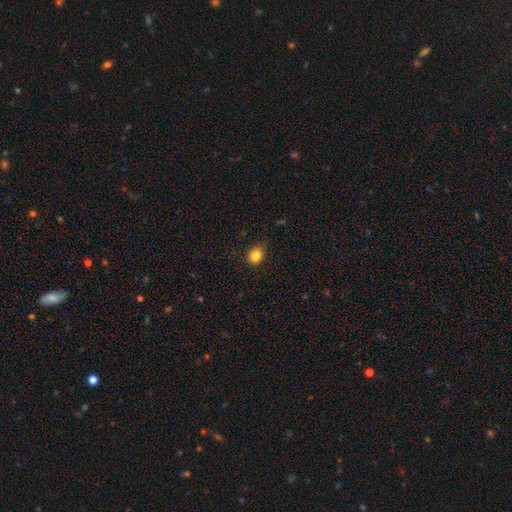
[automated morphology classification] Overall: smooth (84%). How rounded: round (63%; in between 37%). Merging: none (83%).